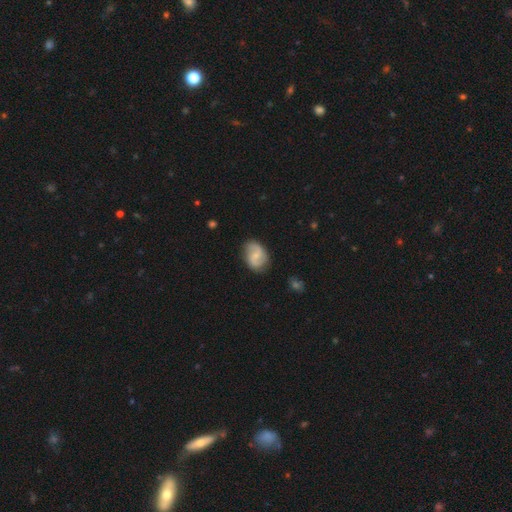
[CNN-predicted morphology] A featured or disk galaxy (68%) with a weak bar (52%), 2 (90%) loose (47%) spiral arms (92%) and a small central bulge (57%).

Vote fractions:
- Smooth or featured? featured or disk: 68% / smooth: 25% / star or artifact: 6%
- Edge-on disk? no: 98% / yes: 2%
- Bar? weak: 52% / no: 37% / strong: 12%
- Spiral arms? yes: 92% / no: 8%
- Spiral winding? loose: 47% / medium: 39% / tight: 14%
- Spiral arm count? 2: 90% / can't tell: 5% / 1: 2% / 3: 1% / 4: 1% / more than 4: 1%
- Bulge size? small: 57% / moderate: 27% / none: 14% / large: 1% / dominant: 1%
- Merging? none: 80% / minor disturbance: 15% / major disturbance: 4% / merger: 1%